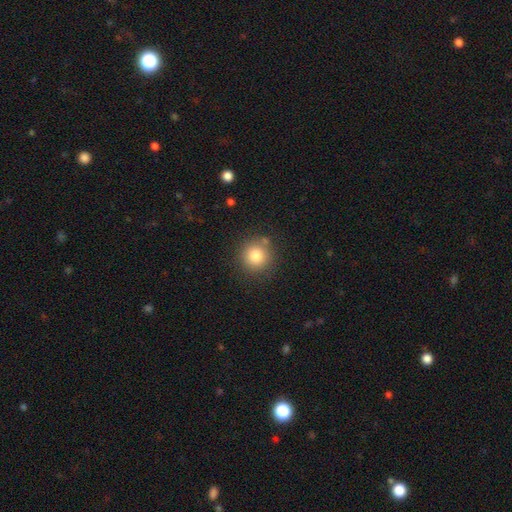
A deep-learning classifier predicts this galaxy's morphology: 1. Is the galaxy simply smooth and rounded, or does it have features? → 81% smooth, 11% star or artifact, 8% featured or disk.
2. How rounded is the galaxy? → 92% round, 7% in between, 1% cigar-shaped.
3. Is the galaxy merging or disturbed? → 82% none, 10% minor disturbance, 5% merger, 3% major disturbance.